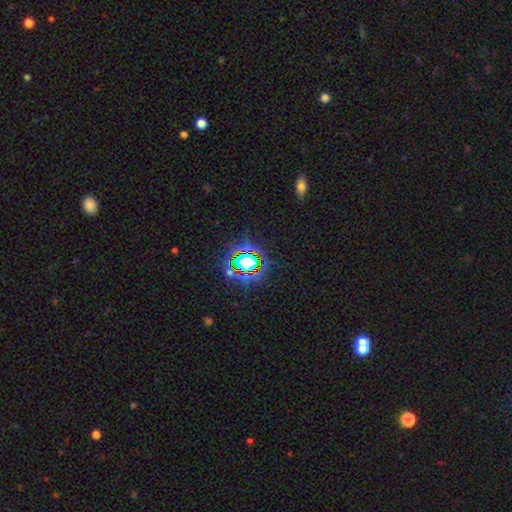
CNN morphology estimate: Overall: star or artifact (70%).